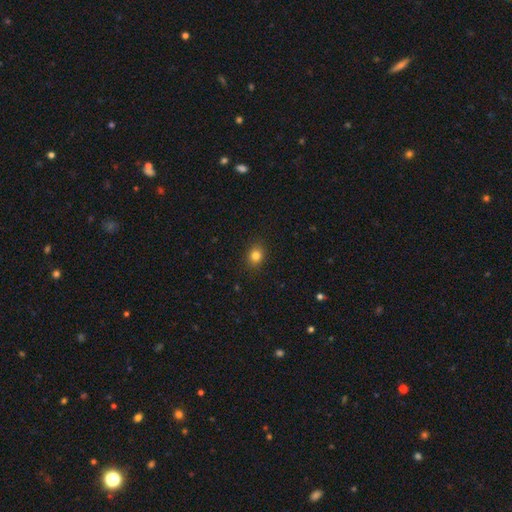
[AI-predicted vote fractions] This is clearly a smooth galaxy (82%). How rounded: likely round (64%). Merging: clearly none (89%).